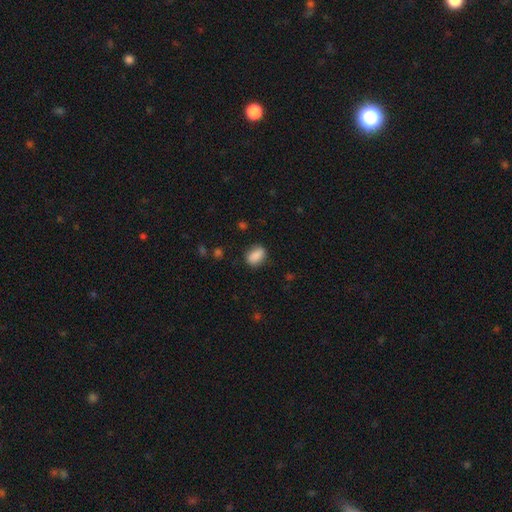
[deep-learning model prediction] This is clearly a smooth galaxy (87%). How rounded: clearly in between (81%). Merging: likely none (80%).